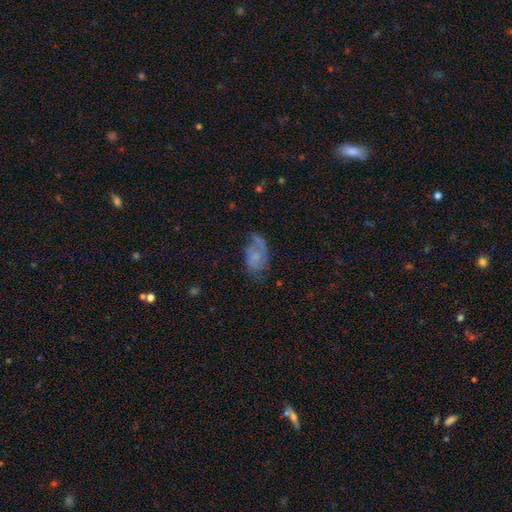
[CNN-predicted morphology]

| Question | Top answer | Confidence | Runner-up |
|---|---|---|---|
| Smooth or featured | featured or disk | 58% | smooth (32%) |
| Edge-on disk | no | 96% | yes (4%) |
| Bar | no | 76% | weak (21%) |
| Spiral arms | yes | 80% | no (20%) |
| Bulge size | small | 55% | moderate (21%) |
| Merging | none | 45% | minor disturbance (29%) |